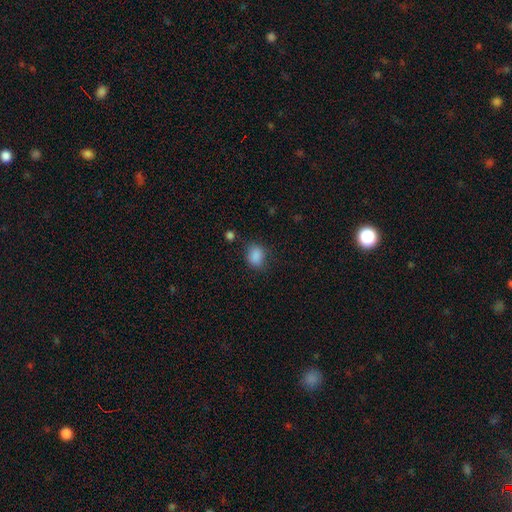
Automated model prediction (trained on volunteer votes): smooth 86%, star or artifact 10%, featured or disk 4%. Down the decision tree: how rounded — in between (53%); merging — none (74%).